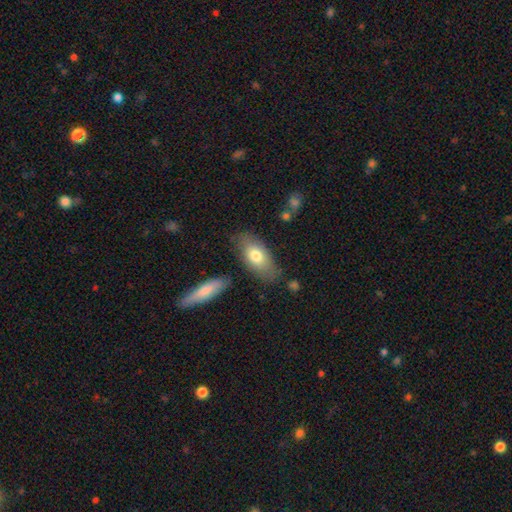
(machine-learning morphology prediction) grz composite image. It shows a smooth galaxy with no disk features (74%) that is in between round and cigar-shaped (89%). Merging: none (74%).